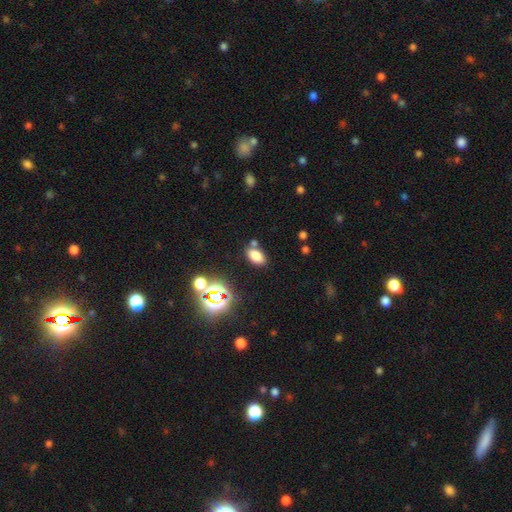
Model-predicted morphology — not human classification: This appears to be a smooth galaxy with no disk features (76%) that is in between round and cigar-shaped (89%). Merging: none (72%).